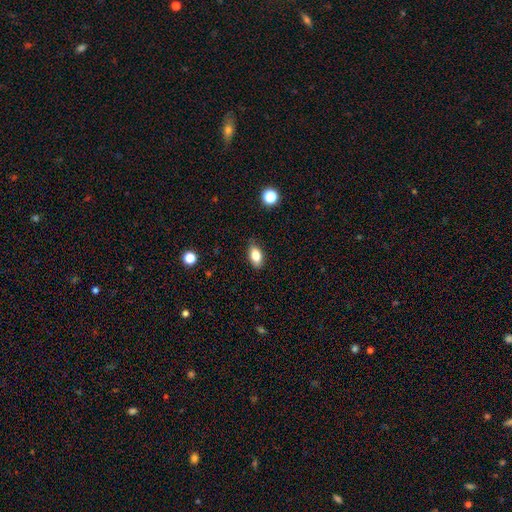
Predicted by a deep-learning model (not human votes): Morphology: type=smooth (81%); roundness=in between (88%); merging=none (84%).